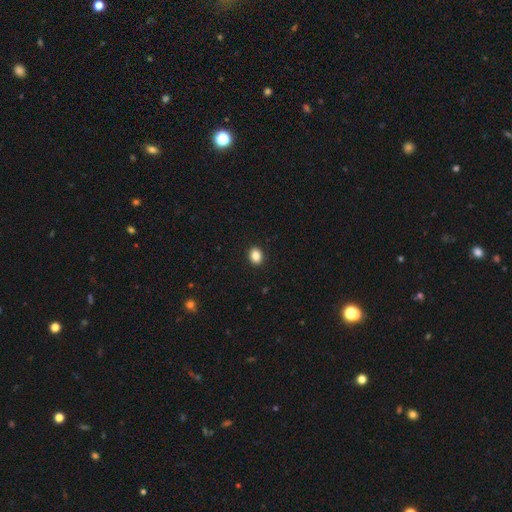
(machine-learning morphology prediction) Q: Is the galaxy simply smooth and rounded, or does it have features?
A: smooth — 86%.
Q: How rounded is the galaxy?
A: in between — 53%.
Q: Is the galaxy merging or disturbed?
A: none — 92%.